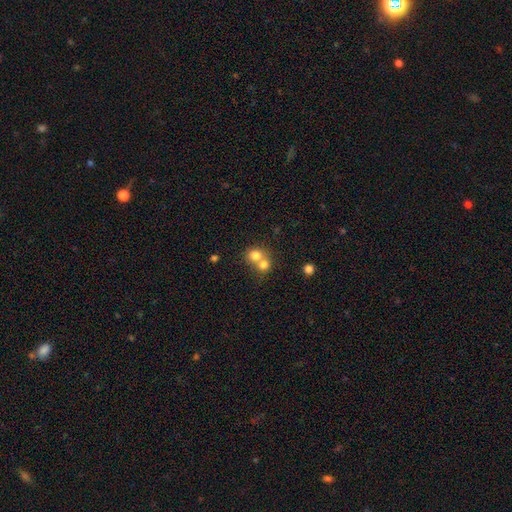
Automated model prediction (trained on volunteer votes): Smooth or featured? Predicted: smooth (p=0.76). How rounded? Predicted: round (p=0.79). Merging? Predicted: merger (p=0.62).